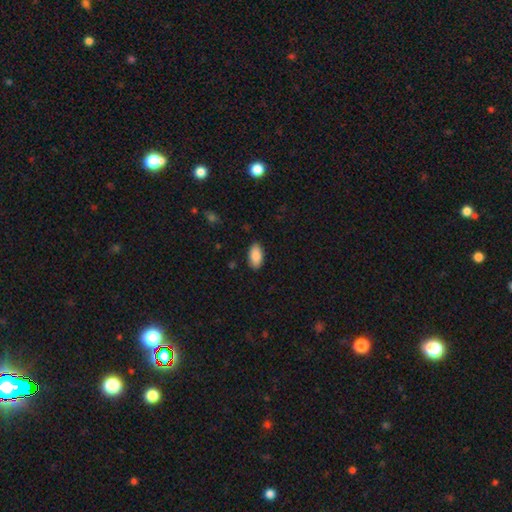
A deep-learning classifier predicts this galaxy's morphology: smooth 88%, star or artifact 6%, featured or disk 5%. Down the decision tree: how rounded — in between (94%); merging — none (88%).